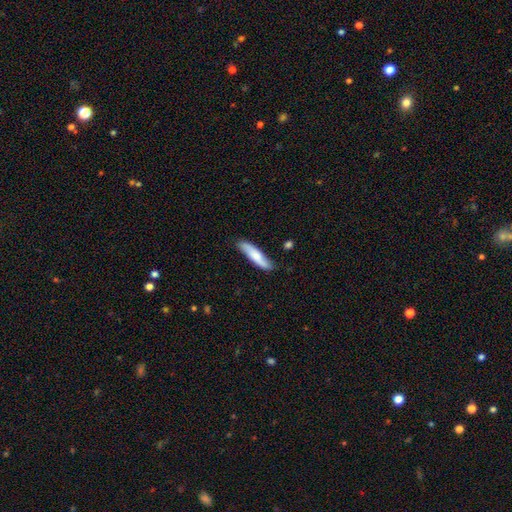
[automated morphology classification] type=smooth (71%); roundness=cigar-shaped (78%); merging=none (81%).